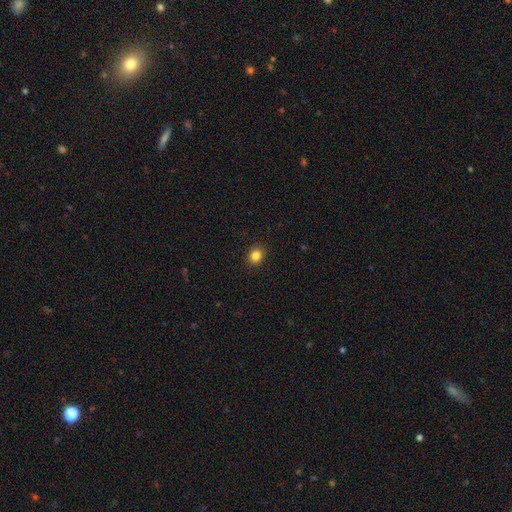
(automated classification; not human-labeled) Overall: smooth (84%). How rounded: round (69%; in between 30%). Merging: none (91%).